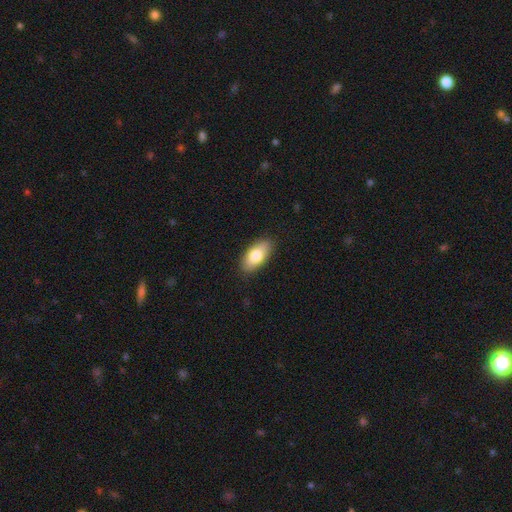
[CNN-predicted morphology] smooth-or-featured: smooth: 78% | featured or disk: 15% | star or artifact: 6%
  how-rounded: in between: 90% | cigar-shaped: 7% | round: 3%
  merging: none: 88% | minor disturbance: 9% | major disturbance: 2% | merger: 1%